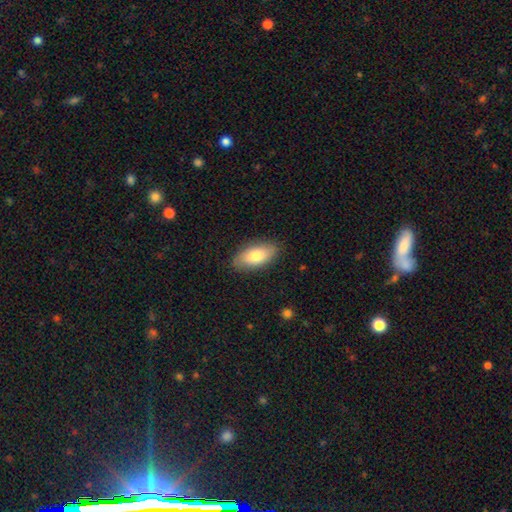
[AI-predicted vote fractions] The model was most divided on "smooth or featured": smooth: 78%, featured or disk: 16%, star or artifact: 6%. More confident: how rounded — in between (90%); merging — none (86%).